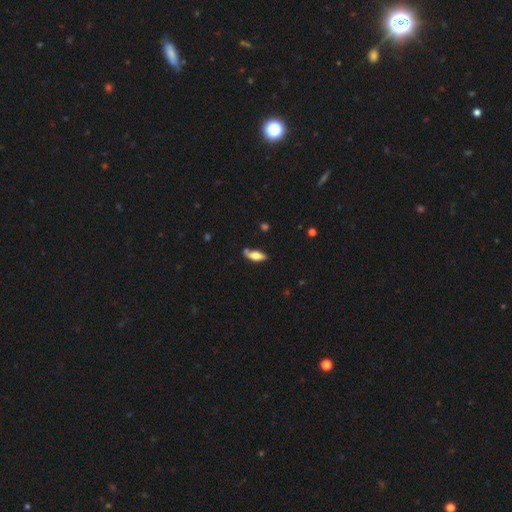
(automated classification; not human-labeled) smooth 66%, featured or disk 28%, star or artifact 6%. Down the decision tree: how rounded — in between (69%); merging — none (68%).